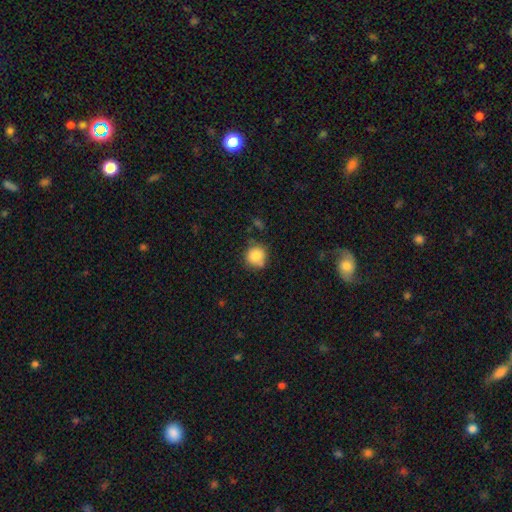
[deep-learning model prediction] Smooth or featured? smooth (84%)
How rounded? round (90%)
Merging? none (73%)